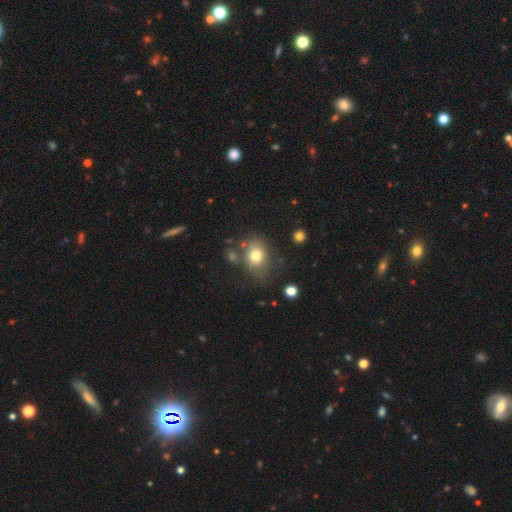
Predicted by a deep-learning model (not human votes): smooth 76%, featured or disk 12%, star or artifact 11%. Down the decision tree: how rounded — in between (54%); merging — none (62%).